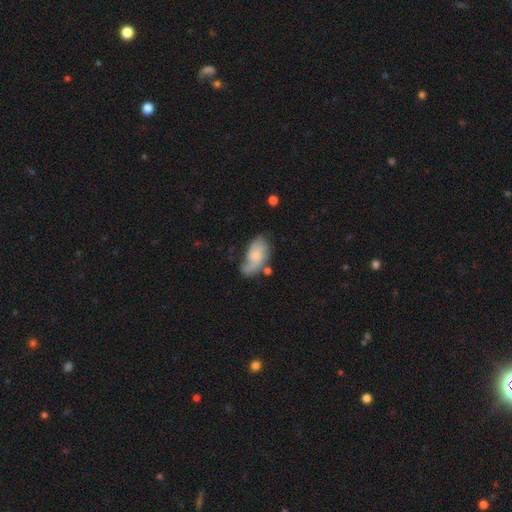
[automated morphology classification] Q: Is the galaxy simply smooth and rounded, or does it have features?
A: smooth — 48%.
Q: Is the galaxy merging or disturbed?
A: none — 42%.